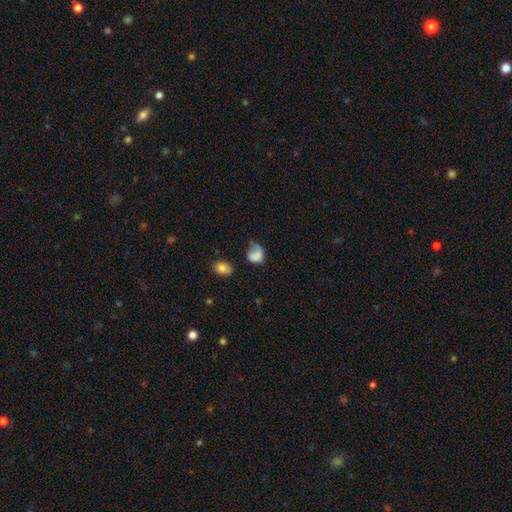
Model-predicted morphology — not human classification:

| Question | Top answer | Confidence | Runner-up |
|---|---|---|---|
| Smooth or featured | smooth | 64% | featured or disk (26%) |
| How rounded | in between | 62% | round (36%) |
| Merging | major disturbance | 39% | none (26%) |